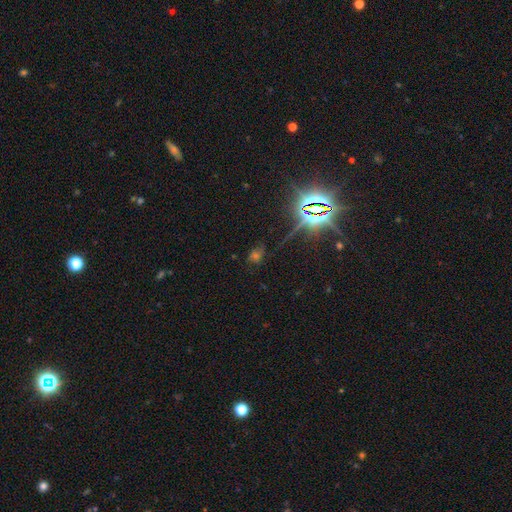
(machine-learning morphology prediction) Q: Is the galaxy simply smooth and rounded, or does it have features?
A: star or artifact — 65%.